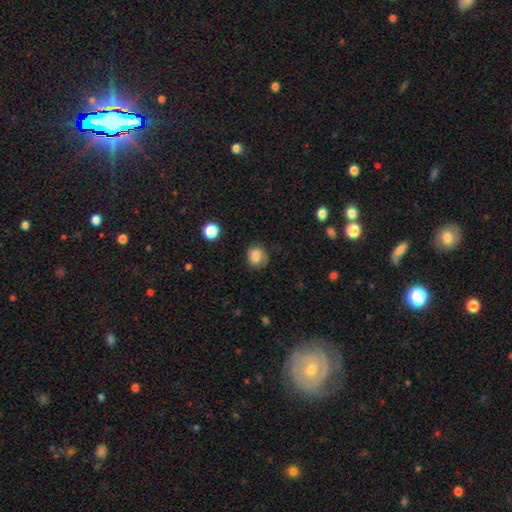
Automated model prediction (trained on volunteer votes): A smooth galaxy with no disk features (79%) that is round (80%). Merging: none (73%).